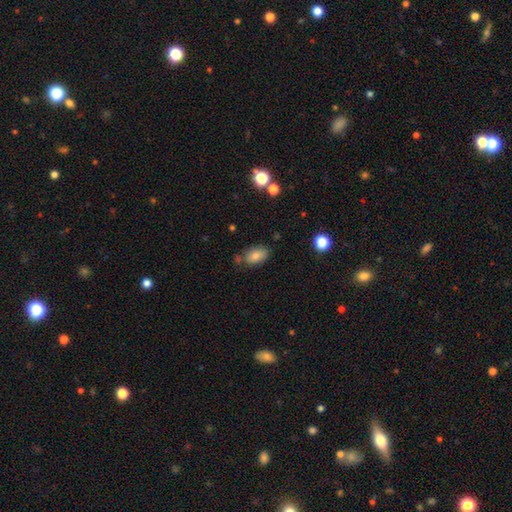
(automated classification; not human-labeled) A smooth galaxy with no disk features (80%) that is in between round and cigar-shaped (89%).

Vote fractions:
- Smooth or featured? smooth: 80% / featured or disk: 11% / star or artifact: 9%
- How rounded? in between: 89% / round: 9% / cigar-shaped: 2%
- Merging? none: 71% / minor disturbance: 18% / merger: 7% / major disturbance: 4%